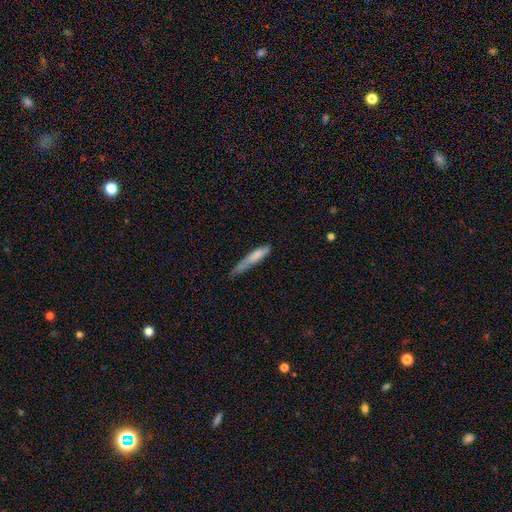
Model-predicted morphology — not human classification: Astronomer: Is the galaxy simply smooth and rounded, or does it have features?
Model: smooth — 74%.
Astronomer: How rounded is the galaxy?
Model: cigar-shaped — 89%.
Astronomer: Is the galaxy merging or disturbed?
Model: none — 50% (runner-up: minor disturbance, 35%).